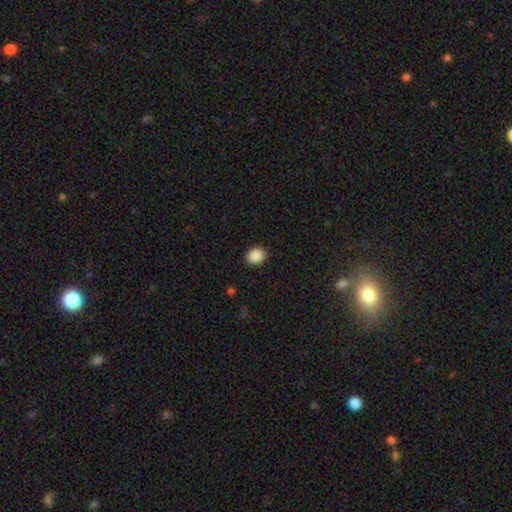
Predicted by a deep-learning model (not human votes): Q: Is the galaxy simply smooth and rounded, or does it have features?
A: smooth — 89%.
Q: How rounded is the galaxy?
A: round — 52%.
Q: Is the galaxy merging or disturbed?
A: none — 90%.